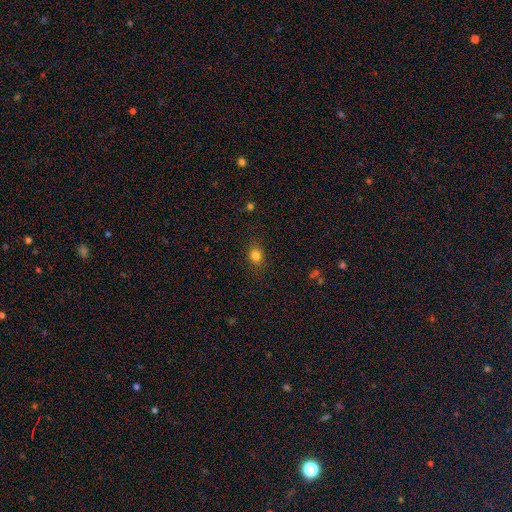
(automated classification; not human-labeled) Smooth or featured?
  - smooth: 82% *
  - star or artifact: 12%
  - featured or disk: 6%
How rounded?
  - round: 61% *
  - in between: 38%
  - cigar-shaped: 1%
Merging?
  - none: 85% *
  - minor disturbance: 11%
  - major disturbance: 3%
  - merger: 1%